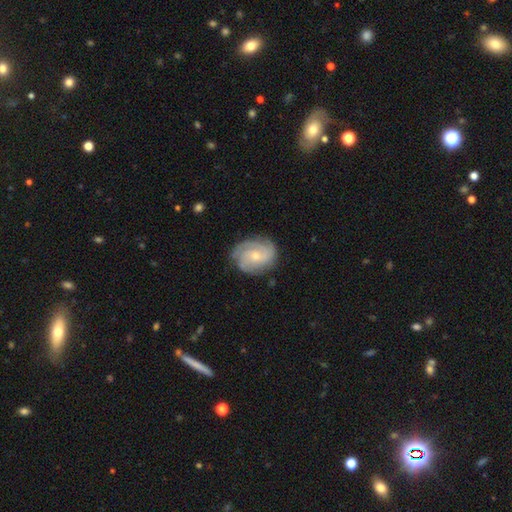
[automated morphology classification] The model was most divided on "spiral arm count": 3: 39%, can't tell: 20%, 2: 18%, 4: 13%, 1: 5%, more than 4: 5%. More confident: edge-on disk — no (98%); spiral arms — yes (96%); smooth or featured — featured or disk (82%); merging — none (76%); bar — no (68%); bulge size — small (63%); spiral winding — tight (60%).